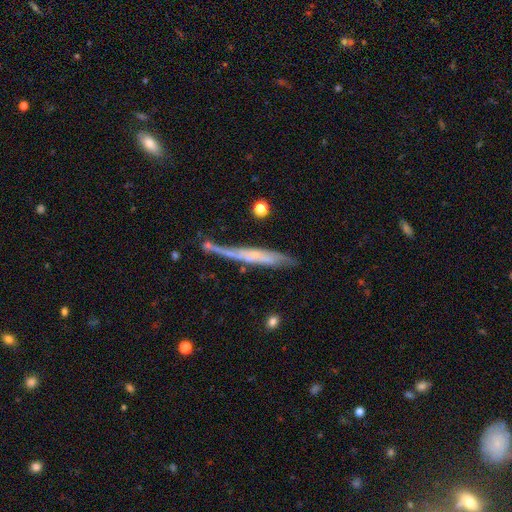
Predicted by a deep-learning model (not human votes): A featured or disk galaxy (58%) viewed edge-on (83%).

Vote fractions:
- Smooth or featured? featured or disk: 58% / smooth: 35% / star or artifact: 8%
- Edge-on disk? yes: 83% / no: 17%
- Merging? none: 53% / minor disturbance: 26% / major disturbance: 11% / merger: 9%